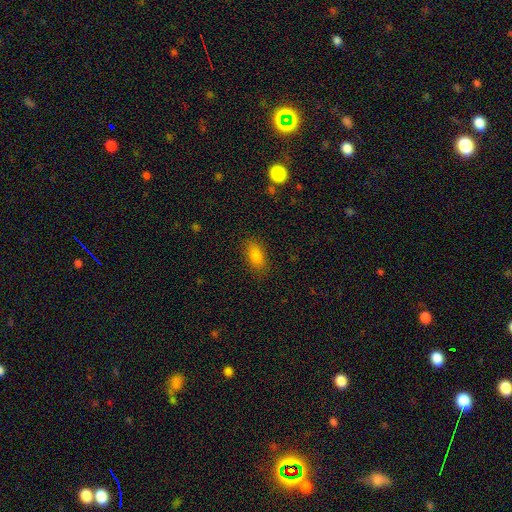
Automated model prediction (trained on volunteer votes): smooth-or-featured: smooth: 84% | star or artifact: 9% | featured or disk: 6%
  how-rounded: in between: 88% | cigar-shaped: 7% | round: 5%
  merging: none: 84% | minor disturbance: 11% | major disturbance: 3% | merger: 1%